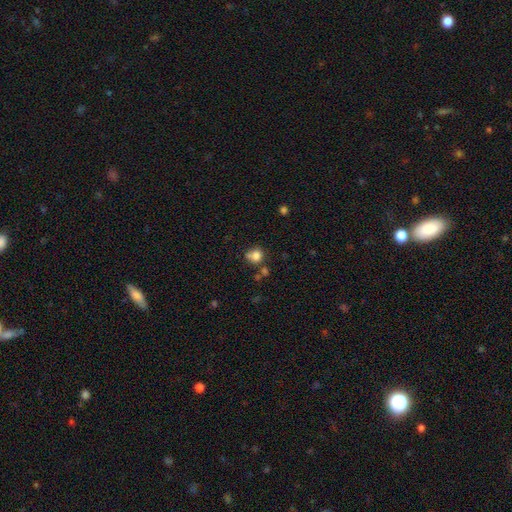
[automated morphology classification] smooth_or_featured: smooth (p=0.79) [alt: star or artifact p=0.11]
how_rounded: round (p=0.77) [alt: in between p=0.22]
merging: none (p=0.54) [alt: merger p=0.20]